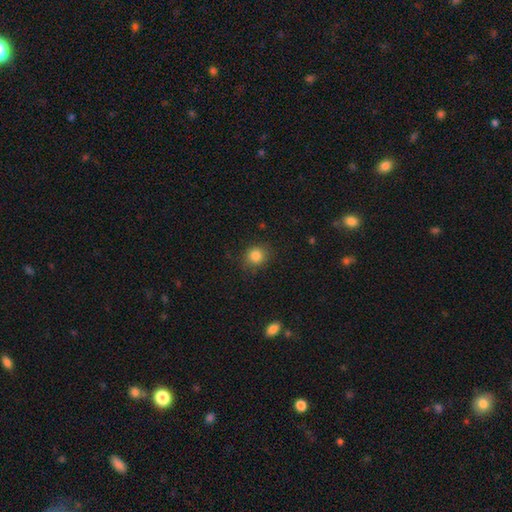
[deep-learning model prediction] This is clearly a smooth galaxy (85%). How rounded: clearly round (80%). Merging: clearly none (83%).